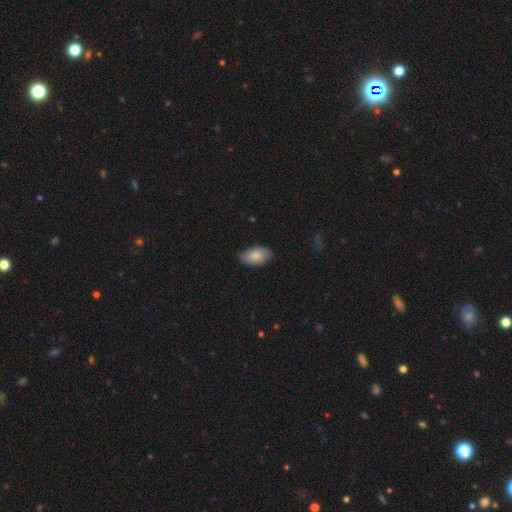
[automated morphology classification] A smooth galaxy with no disk features (85%) that is in between round and cigar-shaped (94%).

Vote fractions:
- Smooth or featured? smooth: 85% / featured or disk: 9% / star or artifact: 6%
- How rounded? in between: 94% / round: 5% / cigar-shaped: 2%
- Merging? none: 80% / minor disturbance: 16% / major disturbance: 3% / merger: 1%